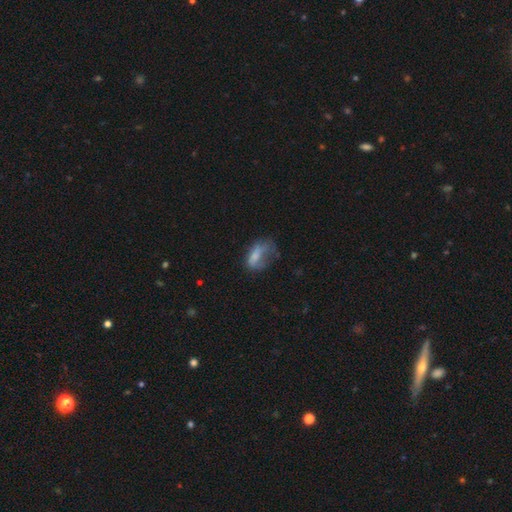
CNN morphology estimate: Smooth or featured? smooth (64%)
How rounded? in between (82%)
Merging? major disturbance (43%)